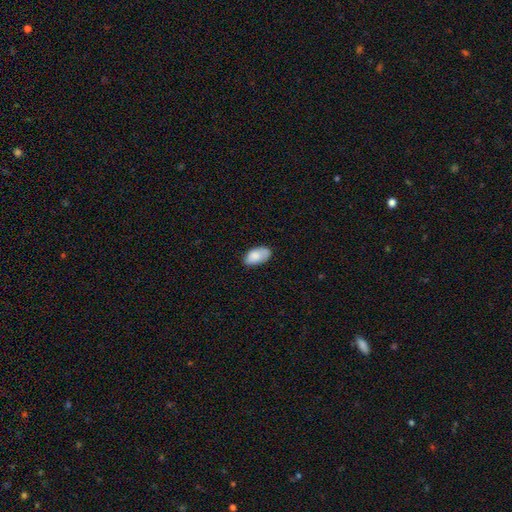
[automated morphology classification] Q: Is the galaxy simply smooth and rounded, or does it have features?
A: smooth — 82%.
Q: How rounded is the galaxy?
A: in between — 94%.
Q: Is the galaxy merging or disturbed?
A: none — 70%.